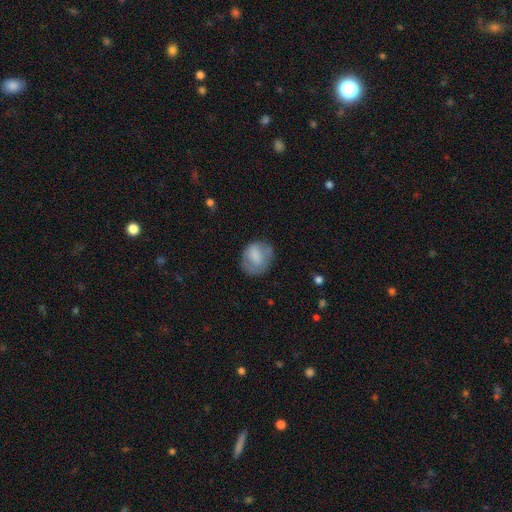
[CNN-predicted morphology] type=smooth (73%); roundness=round (57%); merging=none (64%).